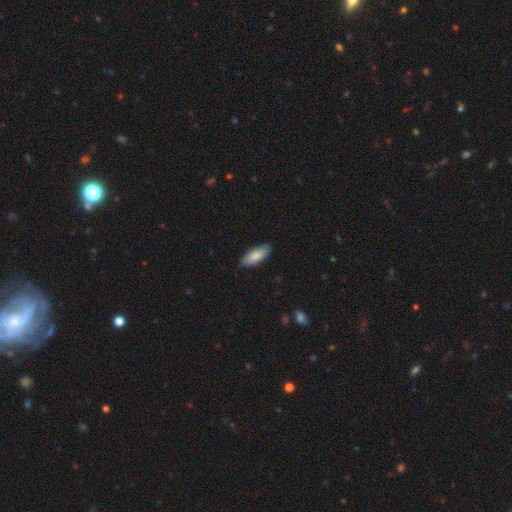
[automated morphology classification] smooth-or-featured: smooth: 87% | featured or disk: 8% | star or artifact: 5%
  how-rounded: in between: 73% | cigar-shaped: 25% | round: 2%
  merging: none: 88% | minor disturbance: 9% | major disturbance: 2% | merger: 1%